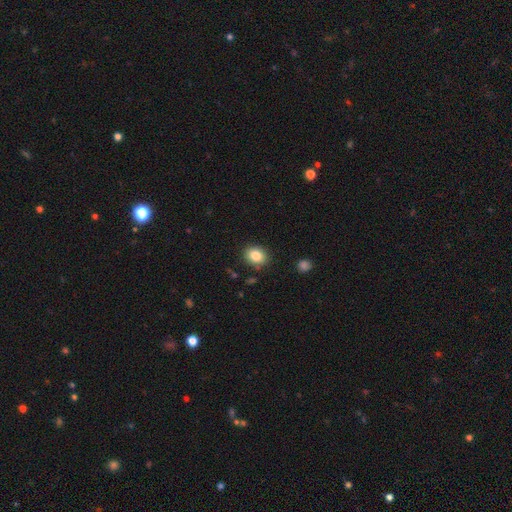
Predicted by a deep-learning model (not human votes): Smooth or featured? smooth (84%)
How rounded? round (51%)
Merging? none (87%)